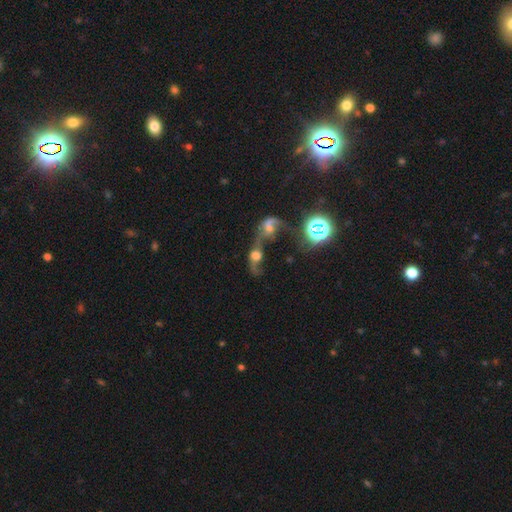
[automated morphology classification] featured or disk 42%, smooth 38%, star or artifact 20%. Down the decision tree: merging — merger (72%).